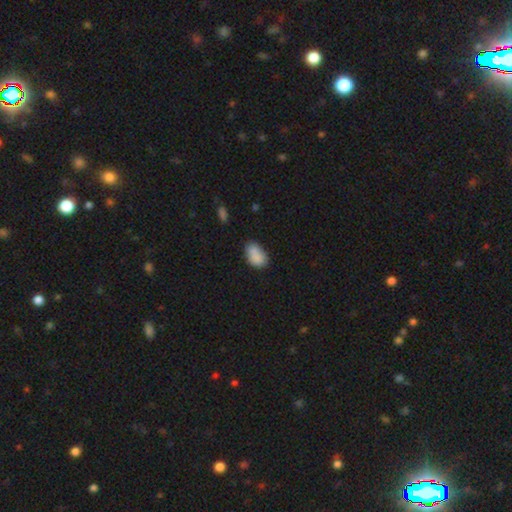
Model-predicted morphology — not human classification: type=smooth (85%); roundness=in between (88%); merging=none (59%).